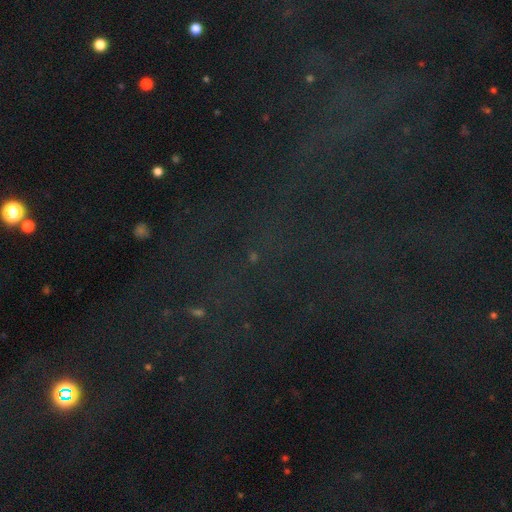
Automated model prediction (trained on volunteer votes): smooth-or-featured: star or artifact: 79% | smooth: 11% | featured or disk: 9%